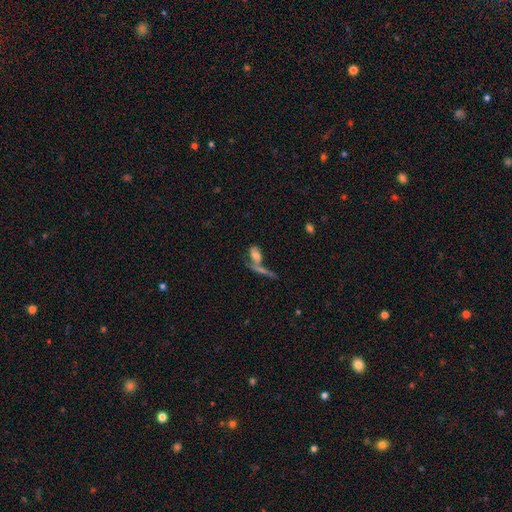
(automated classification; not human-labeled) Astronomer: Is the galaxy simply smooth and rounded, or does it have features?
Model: smooth — 59%.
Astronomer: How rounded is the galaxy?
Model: in between — 73%.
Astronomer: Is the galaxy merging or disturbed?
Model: merger — 47% (runner-up: none, 29%).